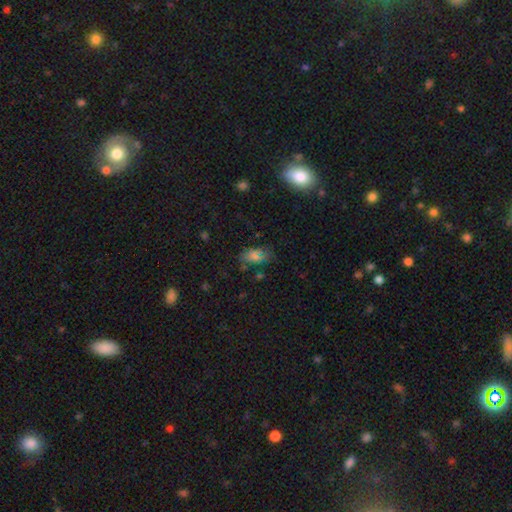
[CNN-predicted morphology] Smooth or featured? smooth (68%)
How rounded? in between (88%)
Merging? none (63%)